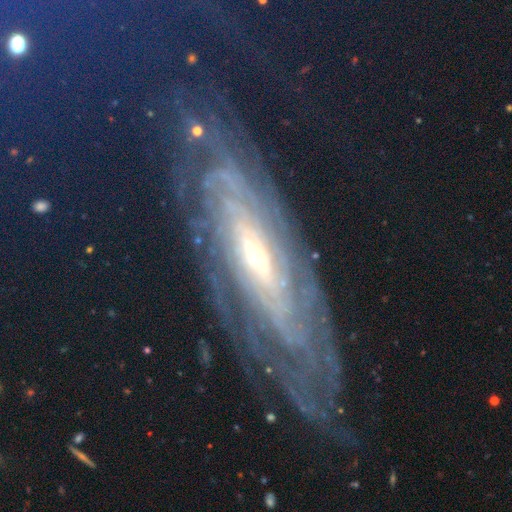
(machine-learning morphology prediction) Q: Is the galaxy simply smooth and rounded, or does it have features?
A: featured or disk — 88%.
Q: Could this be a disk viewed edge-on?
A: no — 84%.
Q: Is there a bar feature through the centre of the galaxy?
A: no — 43%.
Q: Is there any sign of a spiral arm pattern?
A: yes — 96%.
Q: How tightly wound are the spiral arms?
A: tight — 77%.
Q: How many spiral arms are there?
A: can't tell — 39%.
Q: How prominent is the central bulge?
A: small — 54%.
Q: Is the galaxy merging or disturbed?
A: none — 73%.